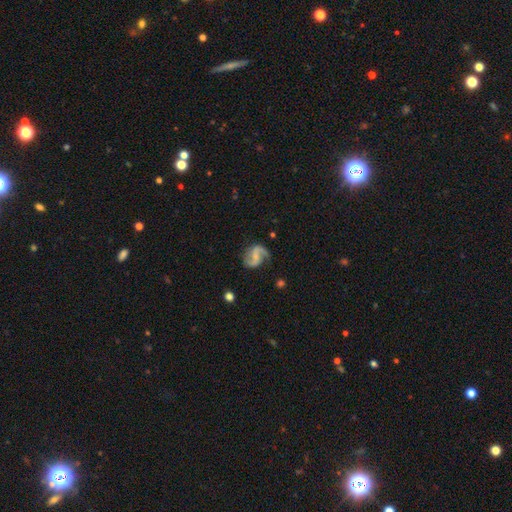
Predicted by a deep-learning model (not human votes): Smooth or featured?
  - featured or disk: 86% *
  - smooth: 8%
  - star or artifact: 5%
Edge-on disk?
  - no: 98% *
  - yes: 2%
Bar?
  - weak: 44% *
  - no: 36%
  - strong: 20%
Spiral arms?
  - yes: 97% *
  - no: 3%
Spiral winding?
  - loose: 45% *
  - medium: 44%
  - tight: 11%
Spiral arm count?
  - 2: 91% *
  - 1: 4%
  - can't tell: 2%
  - 3: 1%
  - 4: 1%
  - more than 4: 1%
Bulge size?
  - small: 41% * (tied)
  - none: 41% * (tied)
  - moderate: 15%
  - large: 2%
  - dominant: 1%
Merging?
  - none: 76% *
  - minor disturbance: 15%
  - major disturbance: 7%
  - merger: 2%